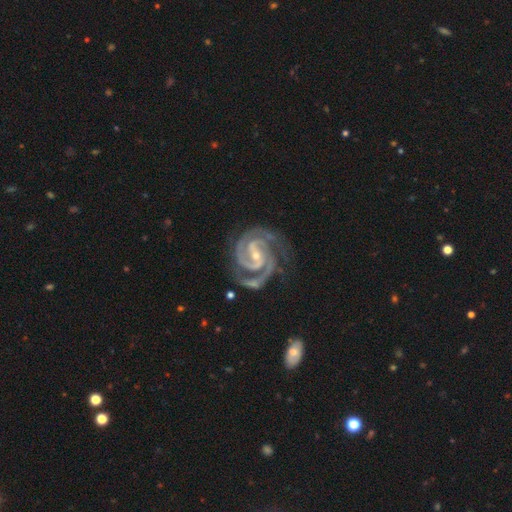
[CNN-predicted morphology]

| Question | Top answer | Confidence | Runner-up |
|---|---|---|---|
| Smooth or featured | featured or disk | 94% | star or artifact (4%) |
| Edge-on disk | no | 98% | yes (2%) |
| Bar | weak | 39% | strong (36%) |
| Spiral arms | yes | 99% | no (1%) |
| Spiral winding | tight | 64% | medium (33%) |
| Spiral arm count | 2 | 59% | 3 (29%) |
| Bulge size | small | 69% | moderate (27%) |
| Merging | none | 68% | minor disturbance (20%) |